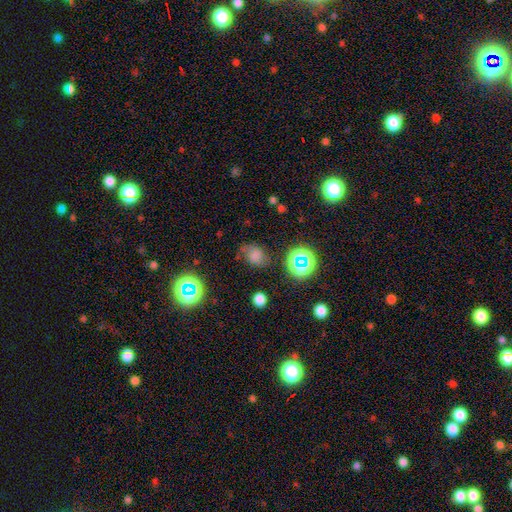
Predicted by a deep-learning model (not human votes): This appears to be a smooth galaxy with no disk features (57%) that is in between round and cigar-shaped (53%). Merging: none (55%).